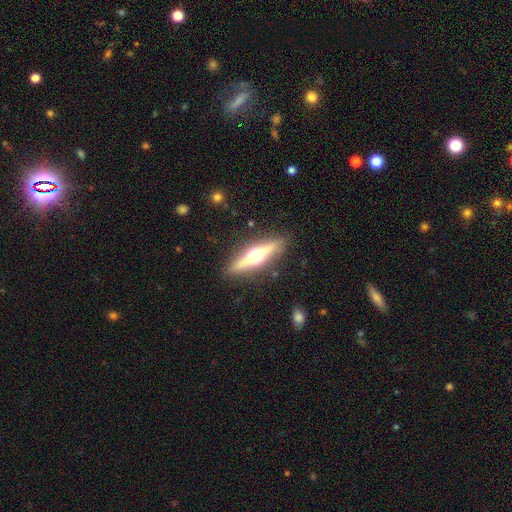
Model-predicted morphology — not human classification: Smooth or featured?
  - featured or disk: 73% *
  - smooth: 21%
  - star or artifact: 6%
Edge-on disk?
  - yes: 96% *
  - no: 4%
Edge-on bulge?
  - rounded: 96% *
  - boxy: 3%
  - none: 2%
Merging?
  - none: 89% *
  - minor disturbance: 8%
  - major disturbance: 2%
  - merger: 1%